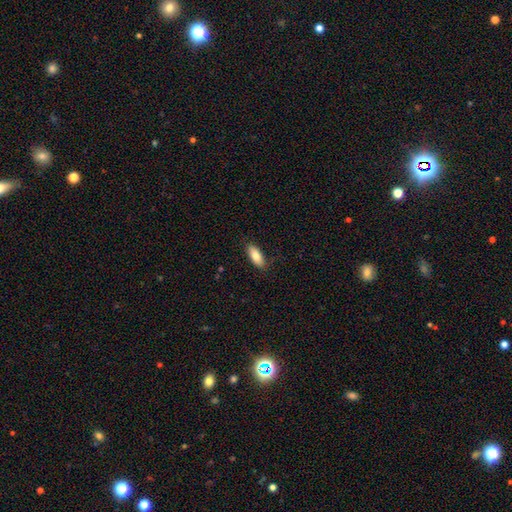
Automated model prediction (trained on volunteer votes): smooth-or-featured: smooth: 82% | featured or disk: 12% | star or artifact: 6%
  how-rounded: in between: 79% | cigar-shaped: 19% | round: 2%
  merging: none: 86% | minor disturbance: 11% | major disturbance: 2% | merger: 1%